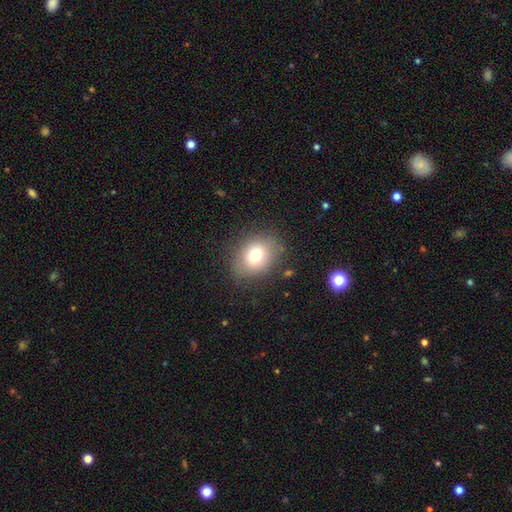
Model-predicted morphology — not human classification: Smooth or featured? Predicted: smooth (p=0.76). How rounded? Predicted: in between (p=0.57). Merging? Predicted: none (p=0.80).